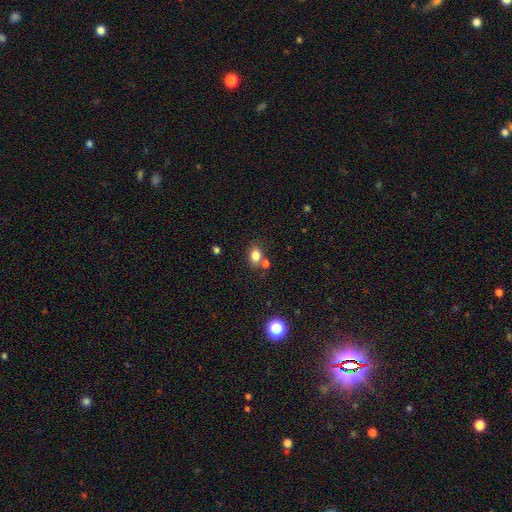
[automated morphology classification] The model was most divided on "how rounded": in between: 64%, round: 35%, cigar-shaped: 1%. More confident: smooth or featured — smooth (80%); merging — none (67%).